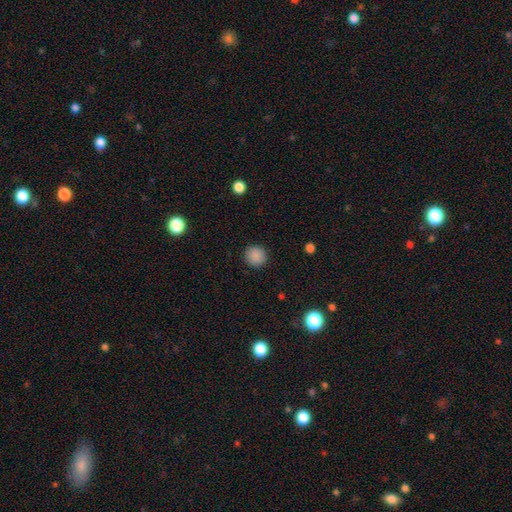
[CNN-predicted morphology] smooth 88%, star or artifact 9%, featured or disk 3%. Down the decision tree: how rounded — round (93%); merging — none (92%).